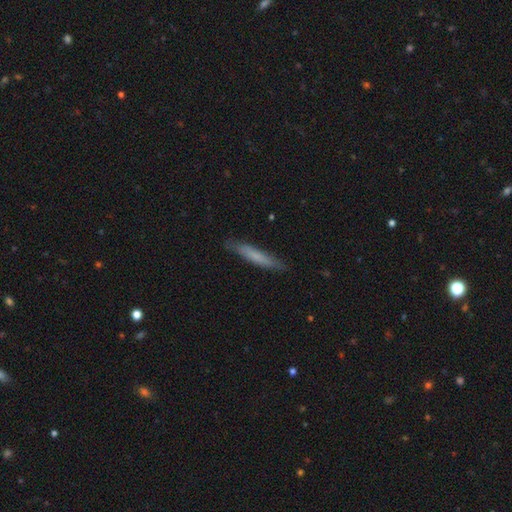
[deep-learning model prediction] smooth-or-featured: smooth: 68% | featured or disk: 26% | star or artifact: 6%
  how-rounded: cigar-shaped: 92% | in between: 7% | round: 1%
  merging: none: 84% | minor disturbance: 12% | major disturbance: 2% | merger: 1%